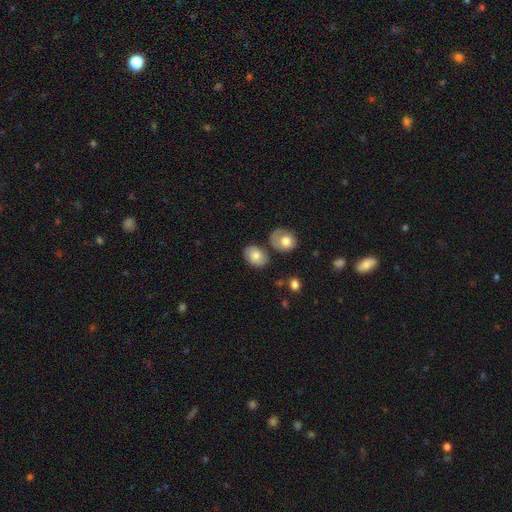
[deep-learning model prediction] This appears to be a smooth galaxy with no disk features (77%) that is in between round and cigar-shaped (70%). Merging: none (66%).